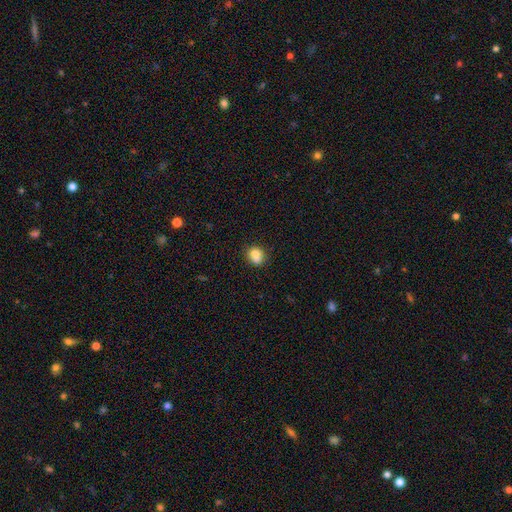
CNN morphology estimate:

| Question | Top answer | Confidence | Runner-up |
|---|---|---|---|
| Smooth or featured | smooth | 79% | featured or disk (11%) |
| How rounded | round | 64% | in between (35%) |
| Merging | none | 56% | minor disturbance (20%) |